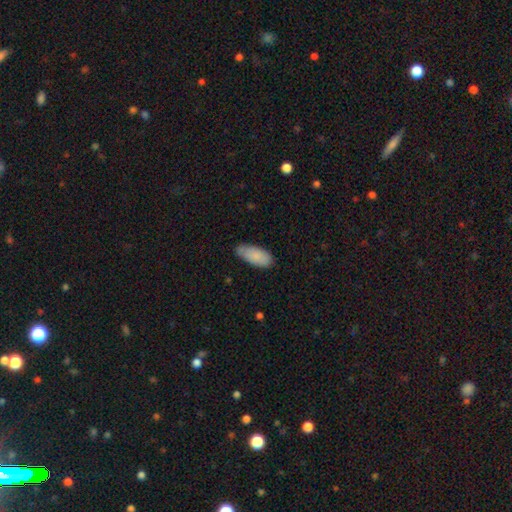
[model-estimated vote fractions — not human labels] smooth_or_featured: smooth (p=0.86) [alt: featured or disk p=0.09]
how_rounded: in between (p=0.88) [alt: cigar-shaped p=0.11]
merging: none (p=0.66) [alt: minor disturbance p=0.28]